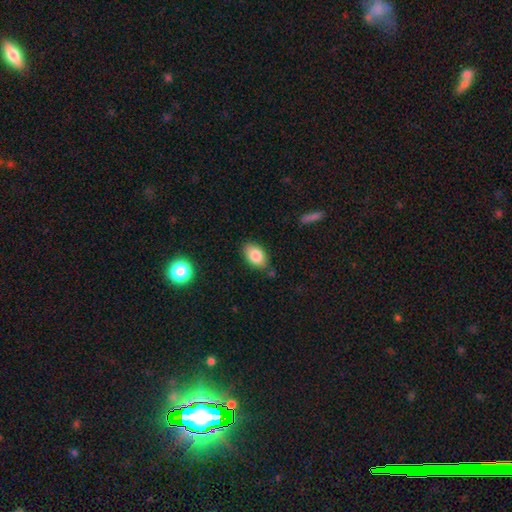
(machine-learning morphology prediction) Overall: smooth (83%). How rounded: in between (91%). Merging: none (80%).